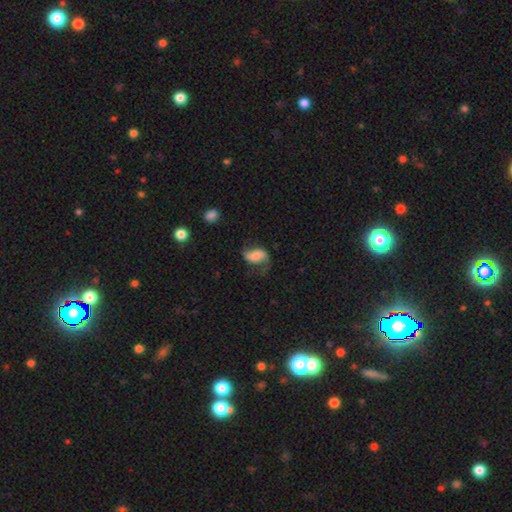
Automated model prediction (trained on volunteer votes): This appears to be a featured or disk galaxy (49%). Merging: none (48%).